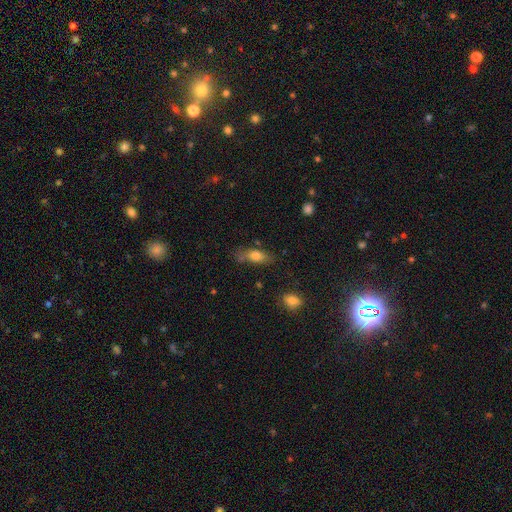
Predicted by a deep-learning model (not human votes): Smooth or featured?
  - smooth: 73% *
  - featured or disk: 18%
  - star or artifact: 9%
How rounded?
  - in between: 73% *
  - cigar-shaped: 21%
  - round: 6%
Merging?
  - none: 65% *
  - minor disturbance: 21%
  - merger: 8%
  - major disturbance: 6%